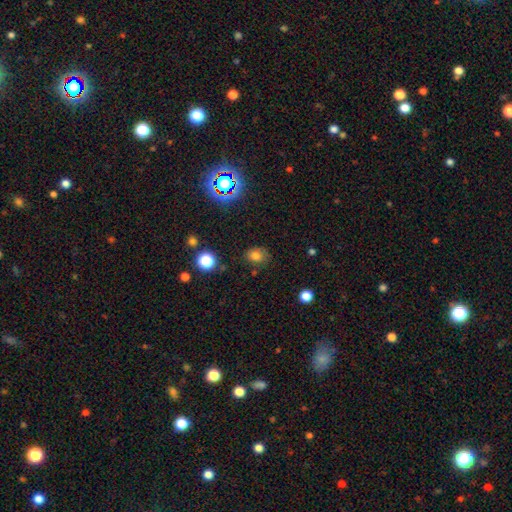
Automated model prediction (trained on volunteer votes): Smooth or featured? smooth (74%)
How rounded? in between (51%)
Merging? none (74%)